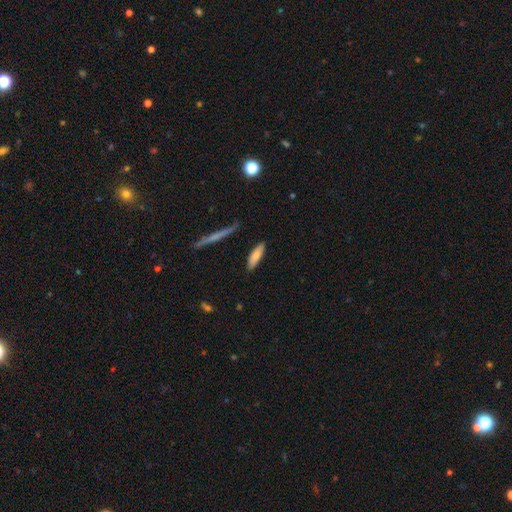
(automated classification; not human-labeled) Morphology: type=smooth (79%); roundness=cigar-shaped (56%); merging=none (84%).